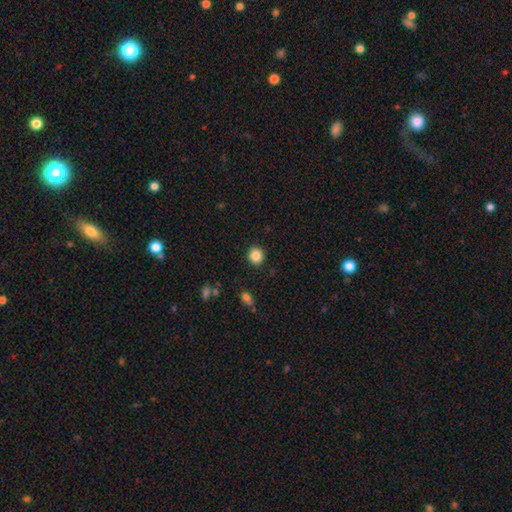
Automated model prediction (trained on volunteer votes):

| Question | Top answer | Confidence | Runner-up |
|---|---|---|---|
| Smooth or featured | smooth | 87% | star or artifact (10%) |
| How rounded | round | 86% | in between (13%) |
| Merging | none | 91% | minor disturbance (6%) |